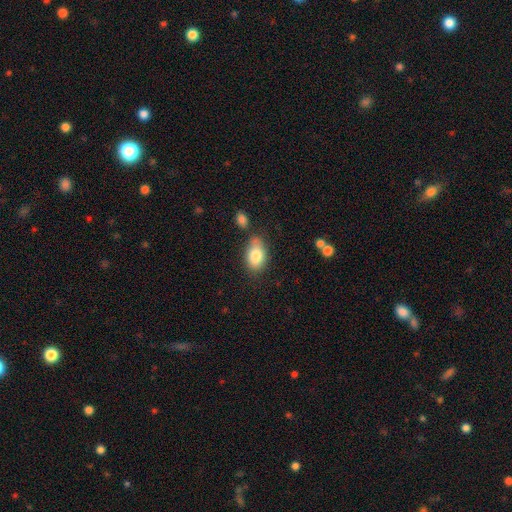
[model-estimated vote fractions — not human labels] smooth-or-featured: smooth: 82% | featured or disk: 11% | star or artifact: 7%
  how-rounded: in between: 89% | round: 9% | cigar-shaped: 2%
  merging: none: 65% | minor disturbance: 21% | merger: 9% | major disturbance: 5%